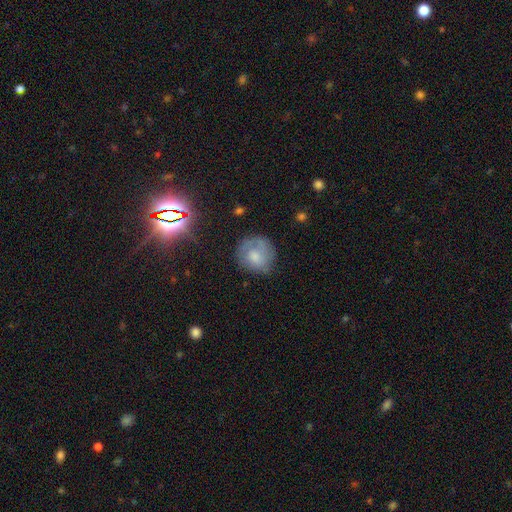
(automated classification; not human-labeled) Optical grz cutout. It shows a smooth galaxy with no disk features (59%) that is round (87%). Merging: none (68%).